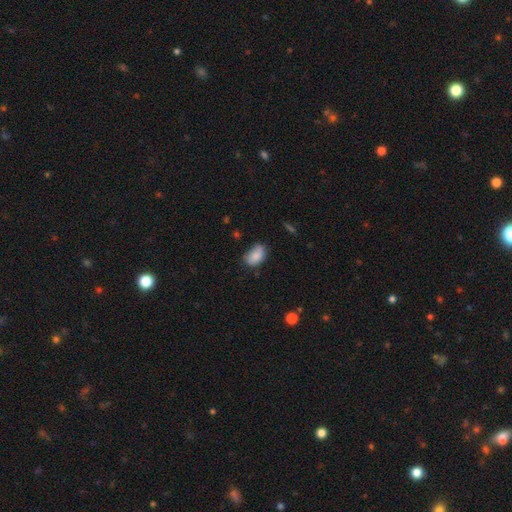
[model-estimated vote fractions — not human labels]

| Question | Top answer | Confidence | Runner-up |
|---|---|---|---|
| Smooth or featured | smooth | 84% | featured or disk (8%) |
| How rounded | in between | 88% | round (11%) |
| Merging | none | 59% | minor disturbance (32%) |